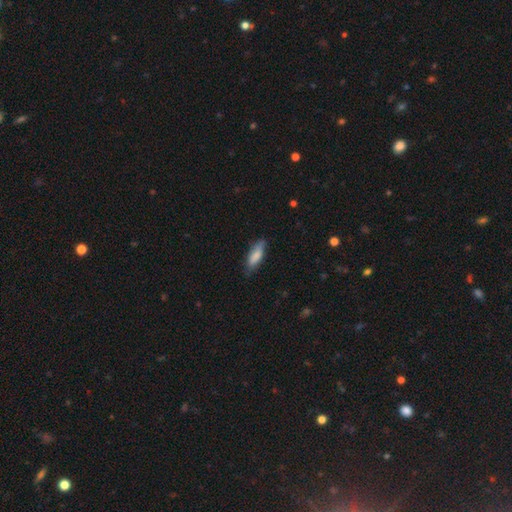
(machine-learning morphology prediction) A smooth galaxy with no disk features (79%) that is in between round and cigar-shaped (57%).

Vote fractions:
- Smooth or featured? smooth: 79% / featured or disk: 15% / star or artifact: 6%
- How rounded? in between: 57% / cigar-shaped: 42% / round: 2%
- Merging? none: 71% / minor disturbance: 23% / major disturbance: 4% / merger: 1%